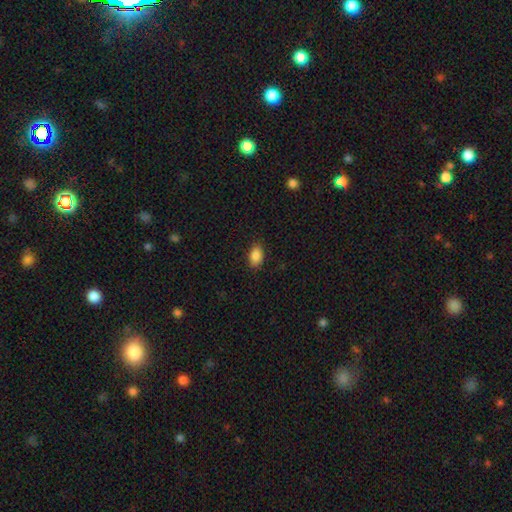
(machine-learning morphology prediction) smooth-or-featured: smooth: 88% | star or artifact: 8% | featured or disk: 4%
  how-rounded: in between: 89% | round: 9% | cigar-shaped: 2%
  merging: none: 88% | minor disturbance: 9% | major disturbance: 2% | merger: 1%